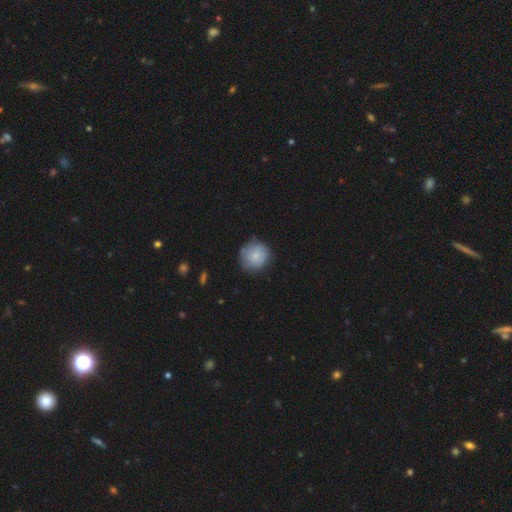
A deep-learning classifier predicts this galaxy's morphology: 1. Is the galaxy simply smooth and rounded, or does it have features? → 72% smooth, 21% featured or disk, 7% star or artifact.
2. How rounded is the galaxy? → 89% round, 10% in between, 1% cigar-shaped.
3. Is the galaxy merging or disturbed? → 72% none, 21% minor disturbance, 5% major disturbance, 2% merger.